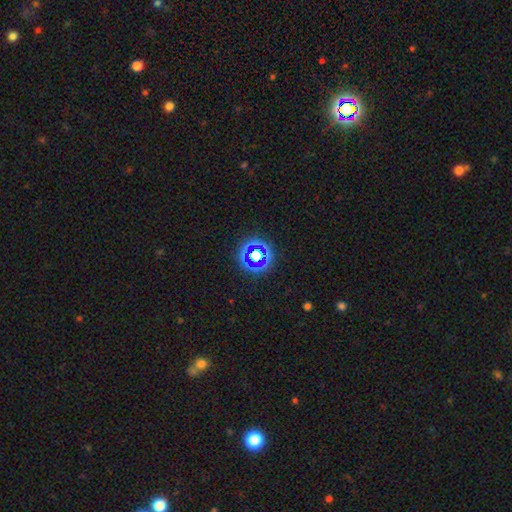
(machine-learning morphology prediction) Smooth or featured: star or artifact — 57% (smooth — 29%)